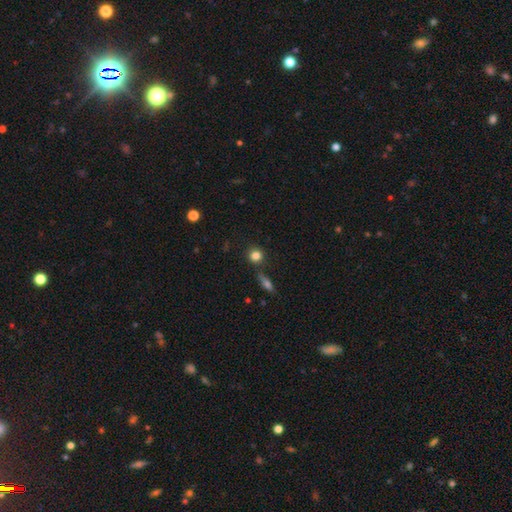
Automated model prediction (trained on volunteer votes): This is clearly a smooth galaxy (82%). How rounded: clearly round (87%). Merging: likely none (78%).